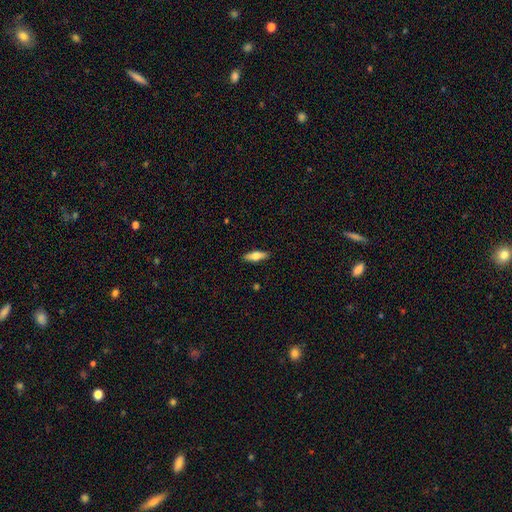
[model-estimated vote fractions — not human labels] The model was most divided on "how rounded": in between: 57%, cigar-shaped: 40%, round: 3%. More confident: merging — none (89%); smooth or featured — smooth (64%).